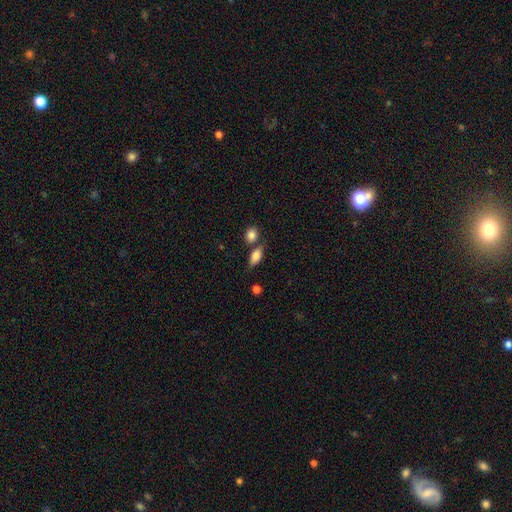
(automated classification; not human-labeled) This appears to be a smooth galaxy with no disk features (77%) that is in between round and cigar-shaped (81%). Merging: none (60%).